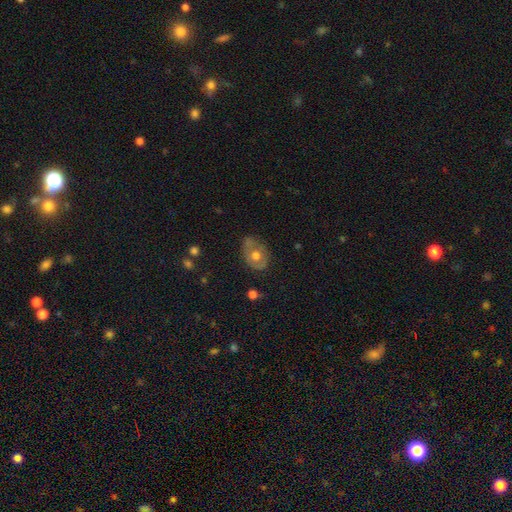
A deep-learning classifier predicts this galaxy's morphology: A smooth galaxy with no disk features (51%) that is in between round and cigar-shaped (63%).

Vote fractions:
- Smooth or featured? smooth: 51% / featured or disk: 41% / star or artifact: 8%
- How rounded? in between: 63% / round: 36% / cigar-shaped: 1%
- Merging? none: 58% / minor disturbance: 29% / major disturbance: 10% / merger: 3%